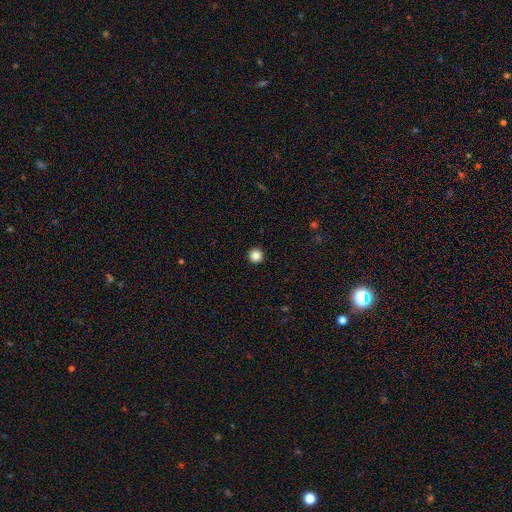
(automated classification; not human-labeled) smooth_or_featured: smooth (p=0.86) [alt: star or artifact p=0.11]
how_rounded: round (p=0.96) [alt: in between p=0.03]
merging: none (p=0.94) [alt: minor disturbance p=0.03]